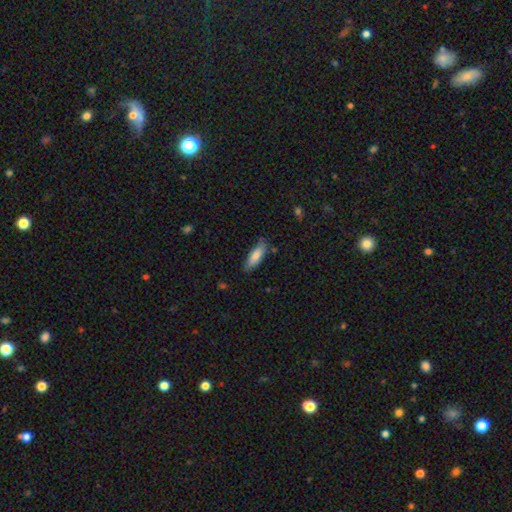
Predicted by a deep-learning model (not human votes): smooth_or_featured: smooth (p=0.80) [alt: featured or disk p=0.14]
how_rounded: in between (p=0.55) [alt: cigar-shaped p=0.44]
merging: none (p=0.73) [alt: minor disturbance p=0.21]